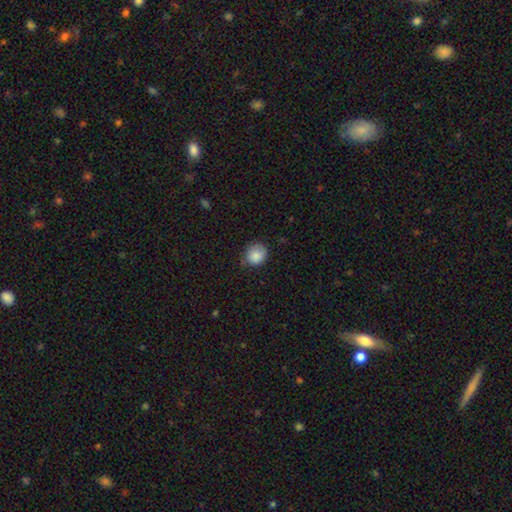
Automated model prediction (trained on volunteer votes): Smooth or featured? smooth (85%)
How rounded? round (79%)
Merging? none (66%)